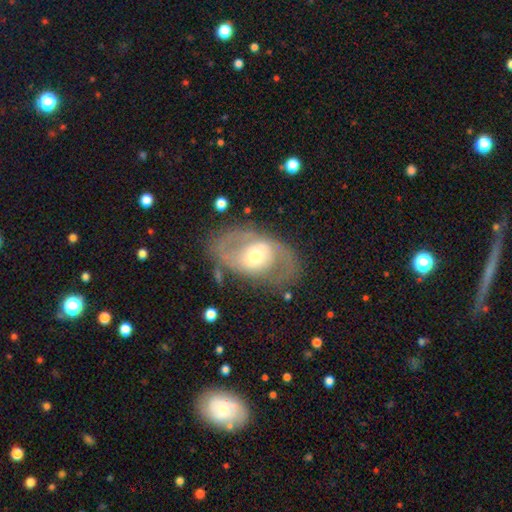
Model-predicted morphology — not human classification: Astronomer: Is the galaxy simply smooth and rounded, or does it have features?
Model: featured or disk — 72%.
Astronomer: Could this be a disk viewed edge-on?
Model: no — 94%.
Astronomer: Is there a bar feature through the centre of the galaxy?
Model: no — 43% (runner-up: weak, 36%).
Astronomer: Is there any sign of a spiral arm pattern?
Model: yes — 64%.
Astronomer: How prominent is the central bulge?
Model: moderate — 56%.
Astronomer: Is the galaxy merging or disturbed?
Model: none — 72%.